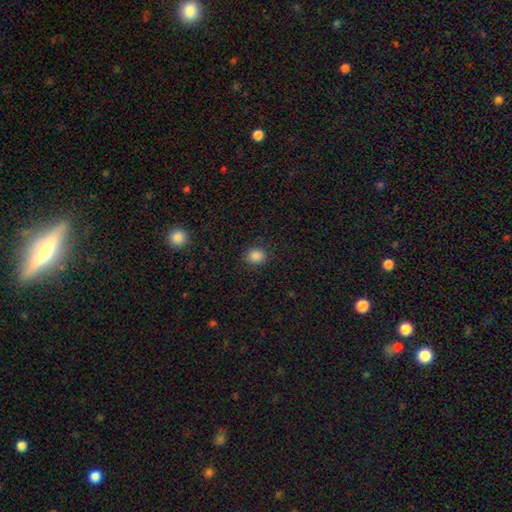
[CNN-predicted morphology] A smooth galaxy with no disk features (86%) that is round (70%). Merging: none (86%).